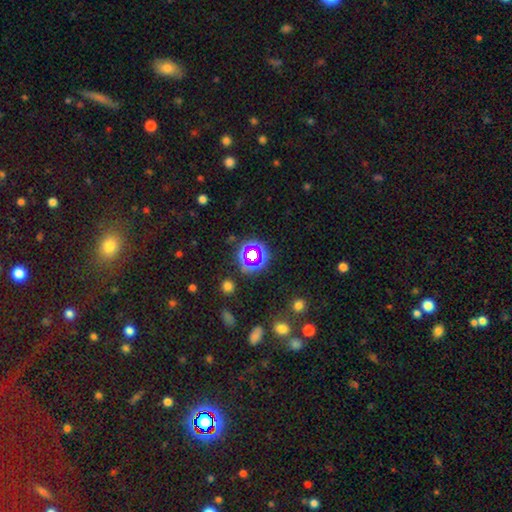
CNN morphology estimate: A star or artifact, not a galaxy (57%).

Vote fractions:
- Smooth or featured? star or artifact: 57% / smooth: 30% / featured or disk: 13%